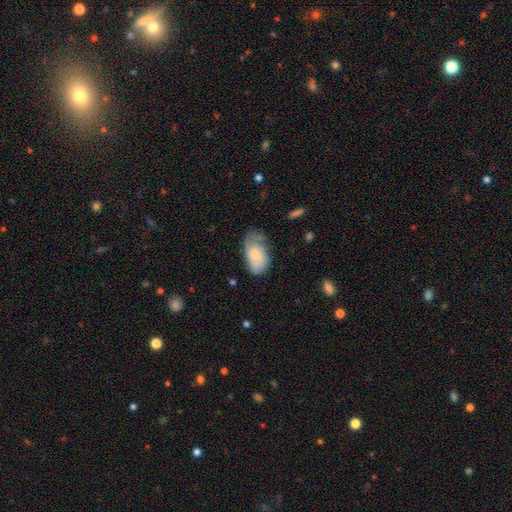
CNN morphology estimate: smooth-or-featured: smooth: 52% | featured or disk: 41% | star or artifact: 6%
  how-rounded: in between: 92% | round: 6% | cigar-shaped: 2%
  merging: none: 44% | minor disturbance: 36% | major disturbance: 18% | merger: 2%